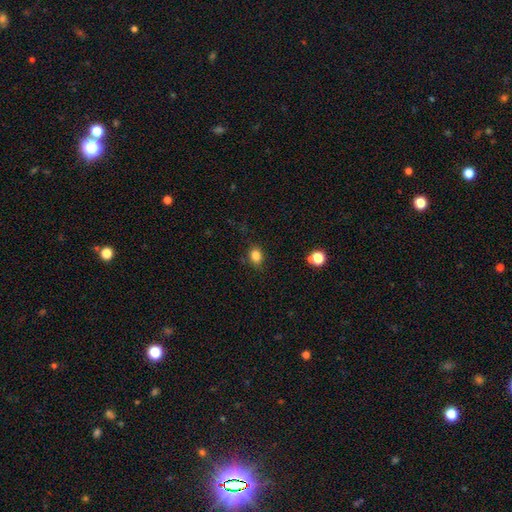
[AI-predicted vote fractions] smooth_or_featured: smooth (p=0.83) [alt: star or artifact p=0.12]
how_rounded: in between (p=0.55) [alt: round p=0.44]
merging: none (p=0.84) [alt: minor disturbance p=0.11]